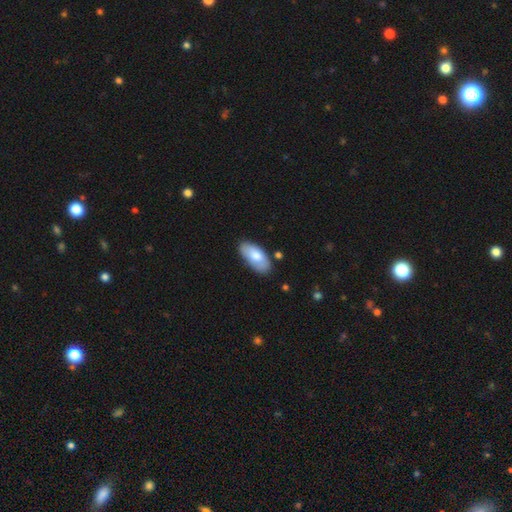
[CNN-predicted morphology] Smooth or featured: smooth — 76% (featured or disk — 19%)
How rounded: in between — 92% (cigar-shaped — 6%)
Merging: none — 78% (minor disturbance — 16%)